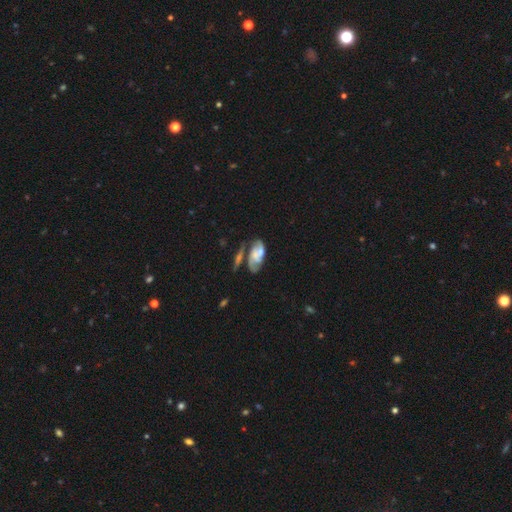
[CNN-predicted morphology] featured or disk 60%, smooth 31%, star or artifact 9%. Down the decision tree: edge-on disk — no (92%); bar — no (68%); spiral arms — yes (80%); bulge size — small (41%); merging — merger (33%, tied with none).